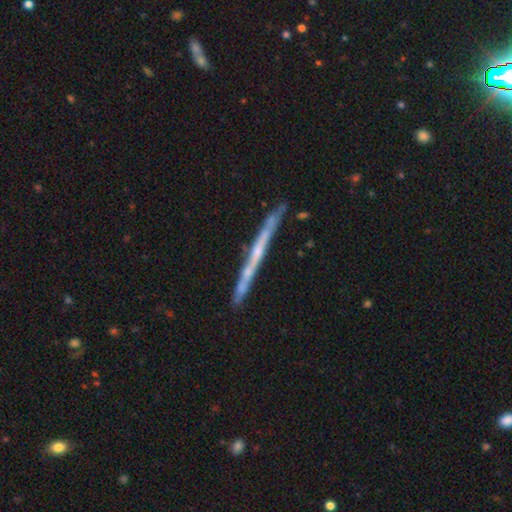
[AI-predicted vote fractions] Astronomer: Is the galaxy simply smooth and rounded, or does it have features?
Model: featured or disk — 69%.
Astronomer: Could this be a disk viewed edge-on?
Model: yes — 96%.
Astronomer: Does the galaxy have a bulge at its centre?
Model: none — 71%.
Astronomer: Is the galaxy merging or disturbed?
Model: none — 84%.